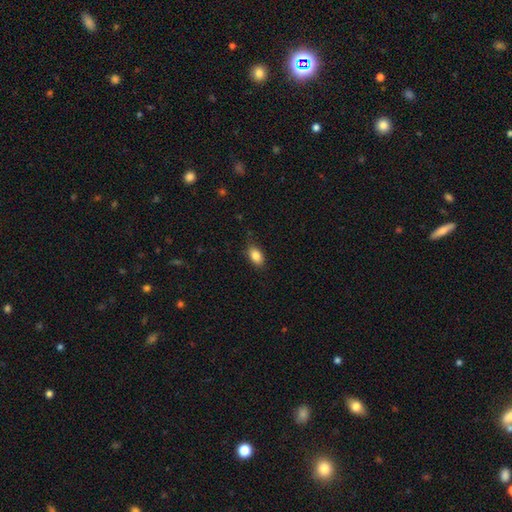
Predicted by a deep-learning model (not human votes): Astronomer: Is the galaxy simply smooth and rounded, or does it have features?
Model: smooth — 85%.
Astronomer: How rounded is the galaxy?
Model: in between — 89%.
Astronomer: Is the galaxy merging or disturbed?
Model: none — 82%.